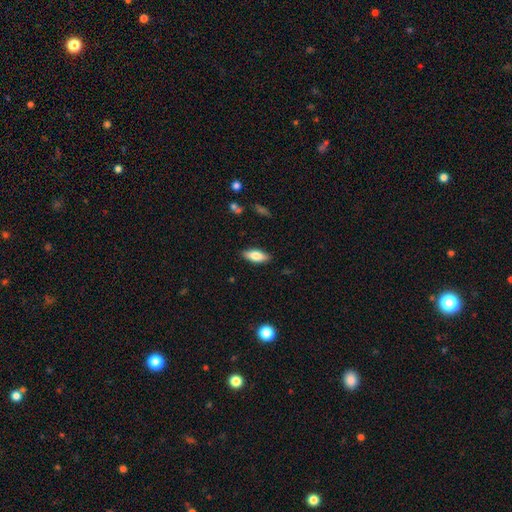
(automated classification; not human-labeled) Morphology: type=smooth (75%); roundness=in between (76%); merging=none (87%).